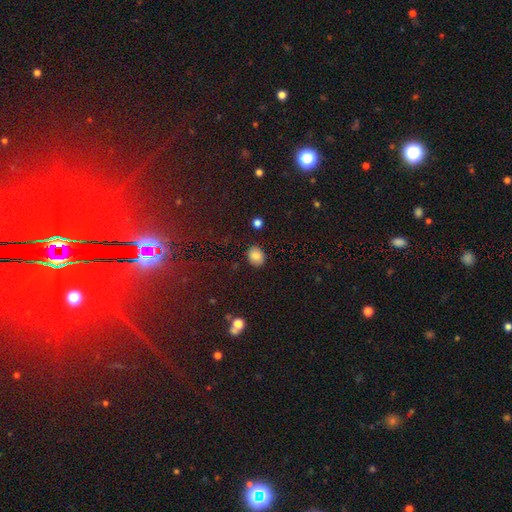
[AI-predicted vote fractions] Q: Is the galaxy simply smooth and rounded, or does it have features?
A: smooth — 83%.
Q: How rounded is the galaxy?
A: round — 54%.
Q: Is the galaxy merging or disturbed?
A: none — 87%.